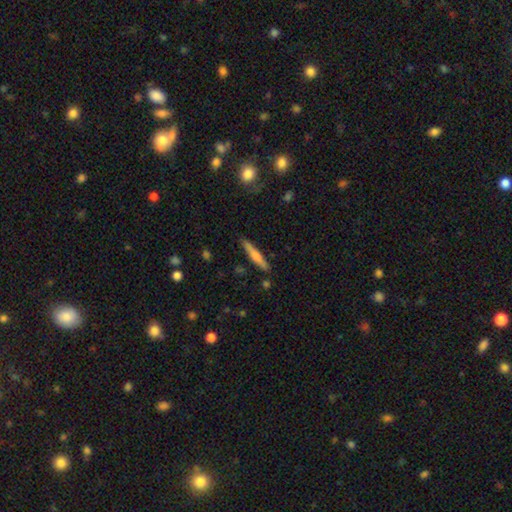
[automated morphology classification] smooth 55%, featured or disk 39%, star or artifact 6%. Down the decision tree: how rounded — cigar-shaped (92%); merging — none (87%).